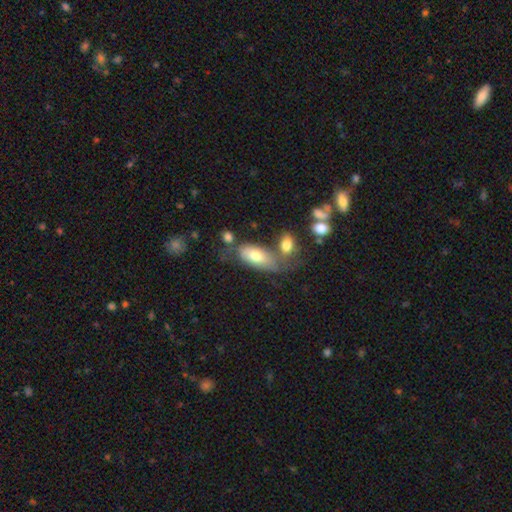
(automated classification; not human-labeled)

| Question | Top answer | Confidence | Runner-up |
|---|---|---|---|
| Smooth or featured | smooth | 71% | featured or disk (22%) |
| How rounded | in between | 88% | cigar-shaped (9%) |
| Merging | none | 45% | merger (26%) |